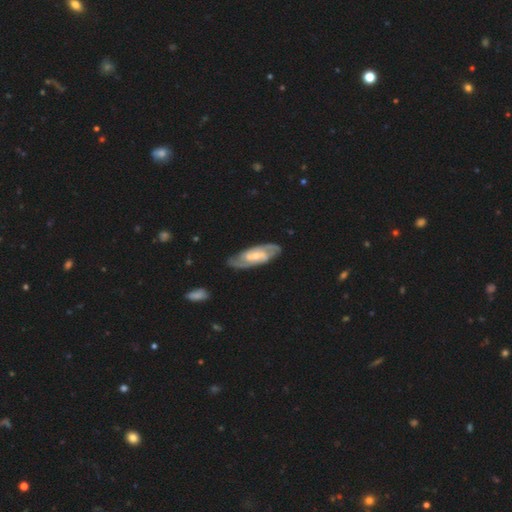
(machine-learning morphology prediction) A featured or disk galaxy (83%) with a weak bar (45%), 2 (72%) tight (48%) spiral arms (94%) and a small central bulge (51%).

Vote fractions:
- Smooth or featured? featured or disk: 83% / smooth: 13% / star or artifact: 4%
- Edge-on disk? no: 91% / yes: 9%
- Bar? weak: 45% / no: 35% / strong: 20%
- Spiral arms? yes: 94% / no: 6%
- Spiral winding? tight: 48% / medium: 41% / loose: 11%
- Spiral arm count? 2: 72% / can't tell: 15% / 3: 7% / 4: 2% / 1: 2% / more than 4: 2%
- Bulge size? small: 51% / moderate: 44% / large: 3% / none: 2% / dominant: 1%
- Merging? none: 80% / minor disturbance: 15% / major disturbance: 4% / merger: 2%